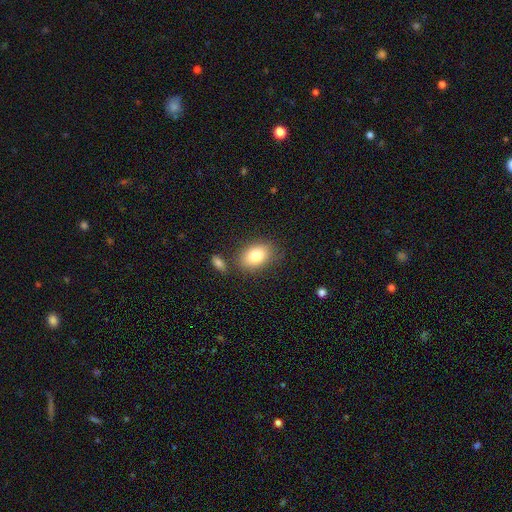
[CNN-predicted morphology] The model was most divided on "merging": none: 77%, minor disturbance: 12%, merger: 7%, major disturbance: 4%. More confident: how rounded — in between (85%); smooth or featured — smooth (81%).